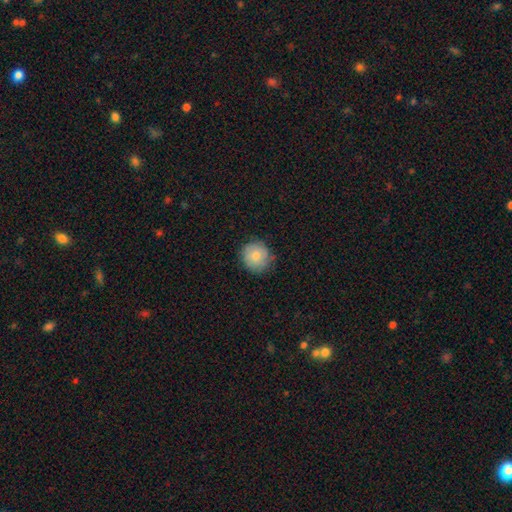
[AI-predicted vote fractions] Smooth or featured: smooth — 80% (featured or disk — 13%)
How rounded: round — 90% (in between — 9%)
Merging: none — 79% (minor disturbance — 16%)